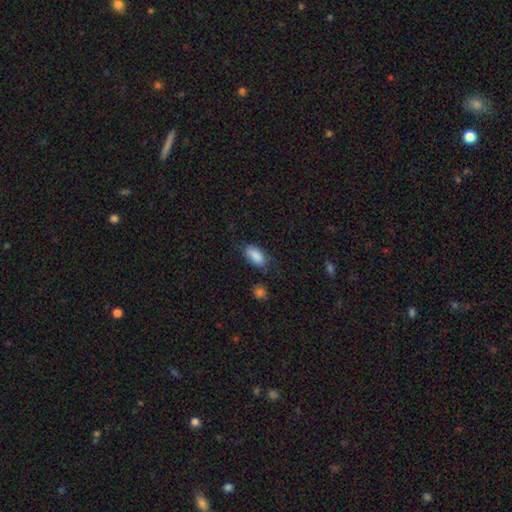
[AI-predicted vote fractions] Q: Smooth or featured?
A: smooth (88%); runner-up: star or artifact (7%)
Q: How rounded?
A: in between (91%); runner-up: cigar-shaped (5%)
Q: Merging?
A: none (69%); runner-up: minor disturbance (22%)